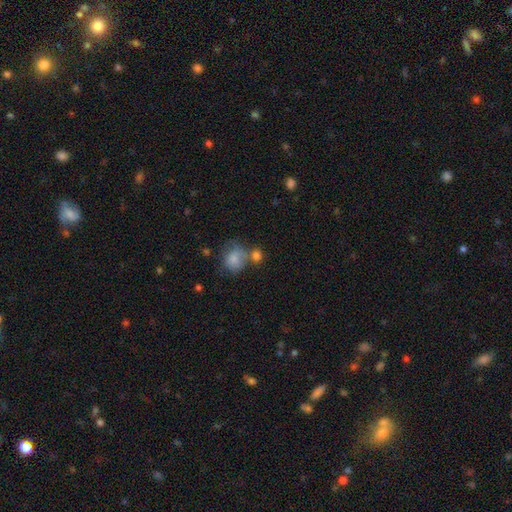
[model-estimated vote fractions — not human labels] The model was most divided on "merging": none: 44%, merger: 35%, minor disturbance: 14%, major disturbance: 7%. More confident: smooth or featured — smooth (80%); how rounded — round (74%).